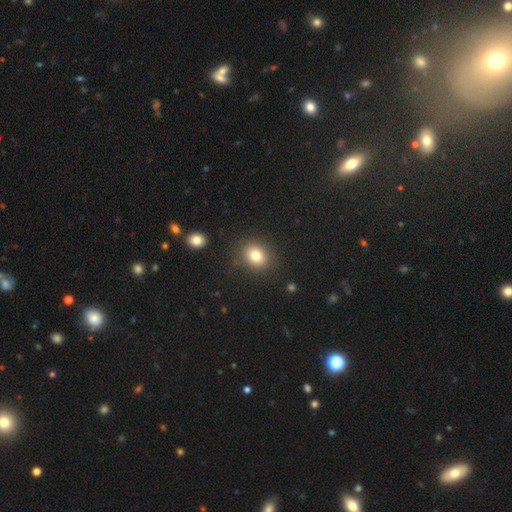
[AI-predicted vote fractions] smooth-or-featured: smooth: 80% | star or artifact: 12% | featured or disk: 8%
  how-rounded: round: 65% | in between: 34% | cigar-shaped: 1%
  merging: none: 87% | minor disturbance: 8% | major disturbance: 3% | merger: 2%